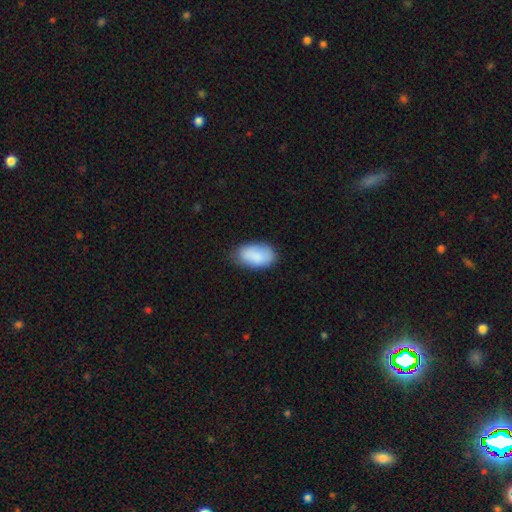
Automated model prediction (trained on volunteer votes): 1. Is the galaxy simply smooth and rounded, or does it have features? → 87% smooth, 6% featured or disk, 6% star or artifact.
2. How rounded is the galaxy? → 94% in between, 4% round, 1% cigar-shaped.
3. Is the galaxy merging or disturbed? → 72% none, 22% minor disturbance, 4% major disturbance, 1% merger.